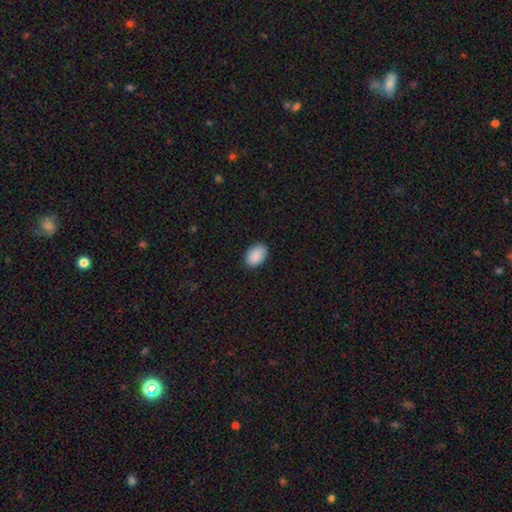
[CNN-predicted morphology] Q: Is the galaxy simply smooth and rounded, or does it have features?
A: smooth — 90%.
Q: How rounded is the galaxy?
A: in between — 88%.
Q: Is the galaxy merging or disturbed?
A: none — 87%.